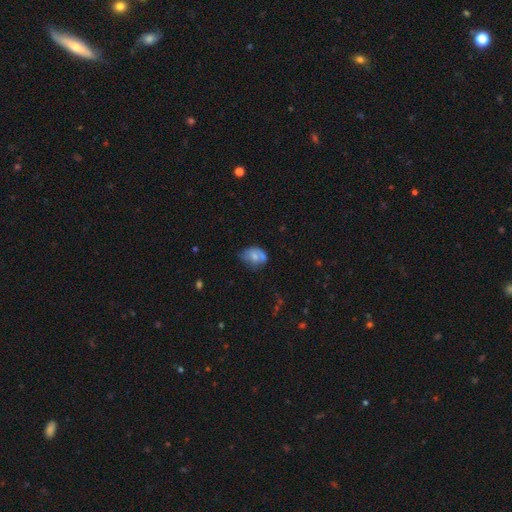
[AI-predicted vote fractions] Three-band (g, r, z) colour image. It shows a smooth galaxy with no disk features (64%) that is in between round and cigar-shaped (67%). Merging: none (40%).